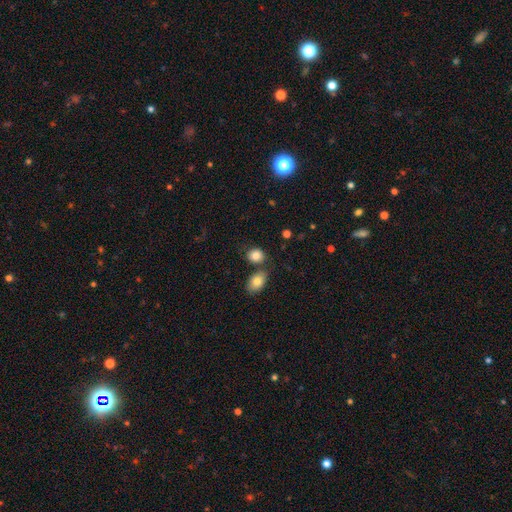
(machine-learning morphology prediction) Smooth or featured?
  - smooth: 84% *
  - star or artifact: 9%
  - featured or disk: 7%
How rounded?
  - in between: 50% *
  - round: 48%
  - cigar-shaped: 1%
Merging?
  - none: 63% *
  - merger: 20%
  - minor disturbance: 12%
  - major disturbance: 4%